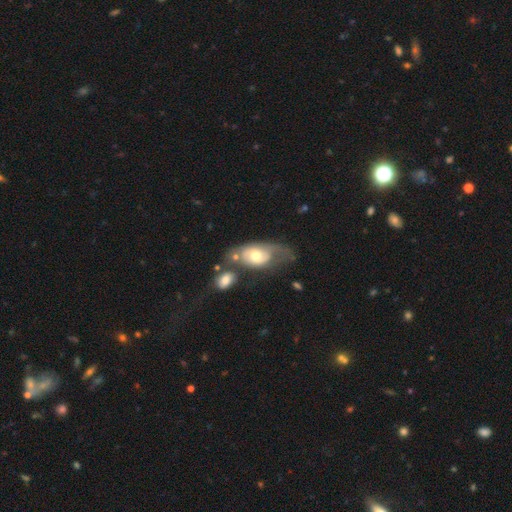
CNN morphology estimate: This is possibly a featured or disk galaxy (48%). Merging: marginally none (28%).